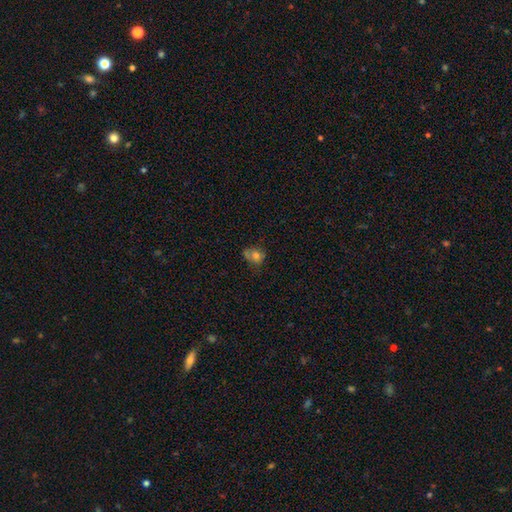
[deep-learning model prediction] A smooth galaxy with no disk features (71%) that is round (60%). Merging: none (44%).